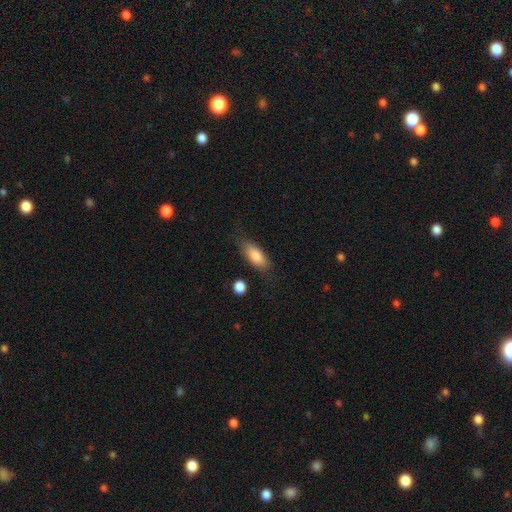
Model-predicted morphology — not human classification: type=smooth (81%); roundness=in between (76%); merging=none (74%).